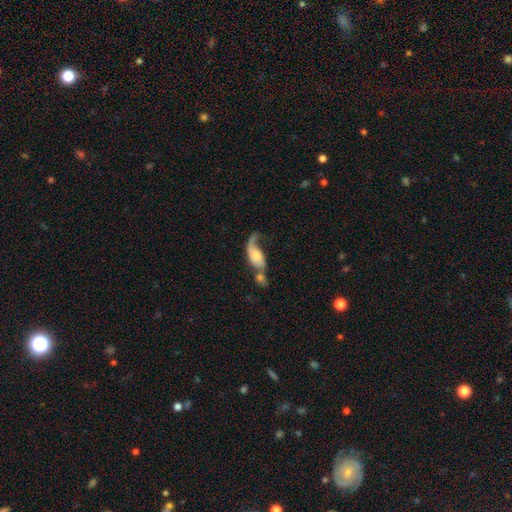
Morphology: type=smooth (54%); roundness=in between (86%); merging=merger (44%).